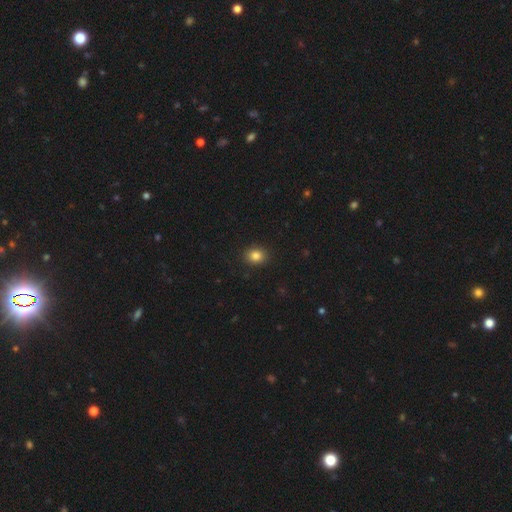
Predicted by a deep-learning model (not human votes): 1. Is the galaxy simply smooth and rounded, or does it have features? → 84% smooth, 11% star or artifact, 5% featured or disk.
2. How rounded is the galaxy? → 60% round, 39% in between, 1% cigar-shaped.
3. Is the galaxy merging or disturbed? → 90% none, 7% minor disturbance, 2% major disturbance, 1% merger.